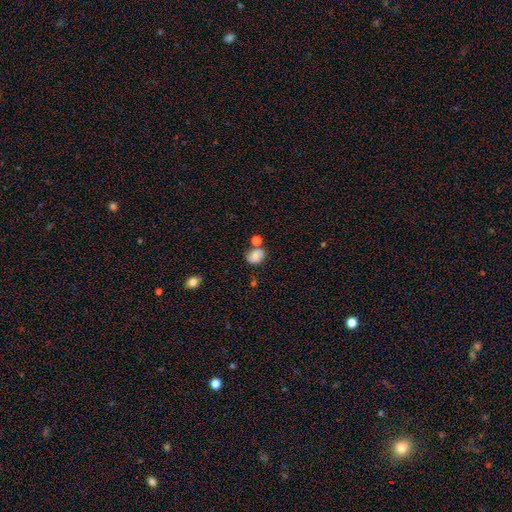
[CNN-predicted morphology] The model was most divided on "how rounded": in between: 58%, round: 41%, cigar-shaped: 1%. More confident: smooth or featured — smooth (71%); merging — none (53%).